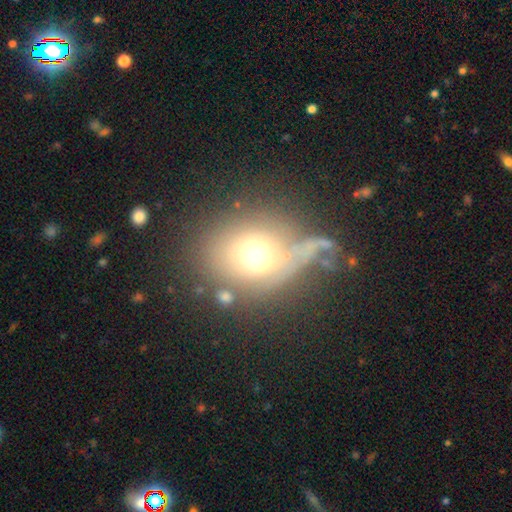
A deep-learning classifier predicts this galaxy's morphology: type=smooth (57%); roundness=round (53%); merging=none (43%).